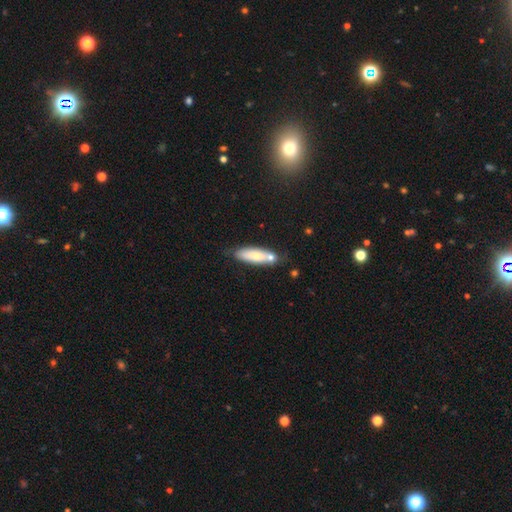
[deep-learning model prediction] Smooth or featured?
  - smooth: 70% *
  - featured or disk: 24%
  - star or artifact: 6%
How rounded?
  - cigar-shaped: 52% *
  - in between: 46%
  - round: 2%
Merging?
  - none: 60% *
  - minor disturbance: 18%
  - merger: 18%
  - major disturbance: 4%